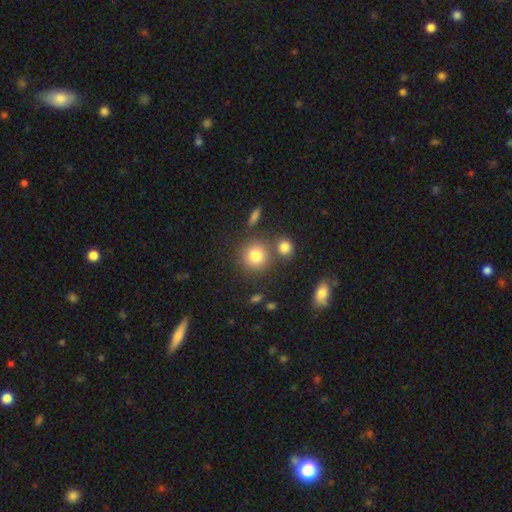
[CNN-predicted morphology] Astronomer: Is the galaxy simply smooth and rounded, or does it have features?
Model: smooth — 80%.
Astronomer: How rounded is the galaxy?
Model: round — 90%.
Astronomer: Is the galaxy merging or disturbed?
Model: none — 72%.